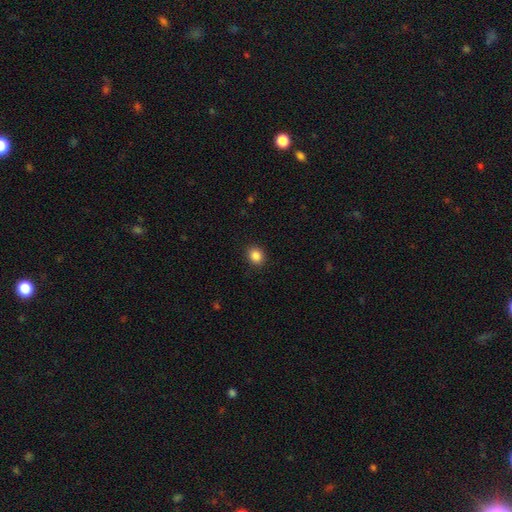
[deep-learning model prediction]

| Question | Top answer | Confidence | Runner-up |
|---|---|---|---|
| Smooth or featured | smooth | 87% | star or artifact (10%) |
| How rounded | round | 66% | in between (33%) |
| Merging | none | 91% | minor disturbance (6%) |